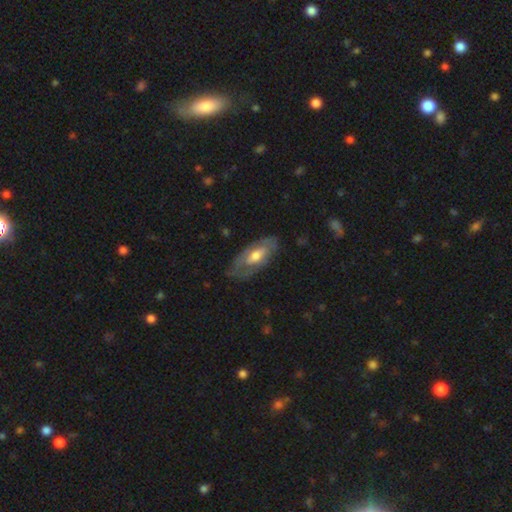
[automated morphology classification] Q: Smooth or featured?
A: featured or disk (61%); runner-up: smooth (34%)
Q: Edge-on disk?
A: no (84%); runner-up: yes (16%)
Q: Bar?
A: no (62%); runner-up: weak (28%)
Q: Spiral arms?
A: no (51%); runner-up: yes (49%)
Q: Bulge size?
A: moderate (65%); runner-up: large (18%)
Q: Merging?
A: none (67%); runner-up: minor disturbance (22%)